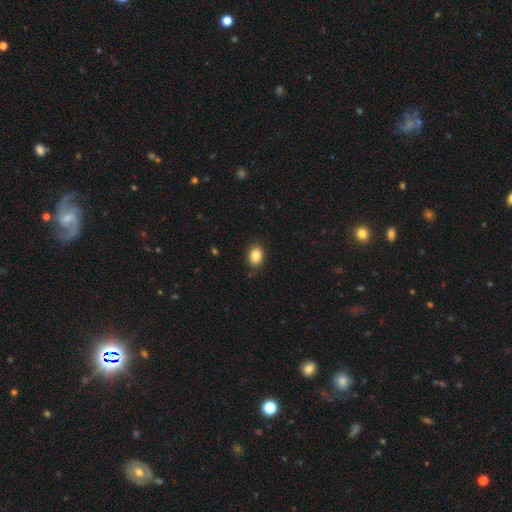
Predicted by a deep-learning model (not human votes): Smooth or featured?
  - smooth: 83% *
  - star or artifact: 9%
  - featured or disk: 8%
How rounded?
  - in between: 66% *
  - round: 33%
  - cigar-shaped: 1%
Merging?
  - none: 82% *
  - minor disturbance: 13%
  - major disturbance: 3%
  - merger: 1%